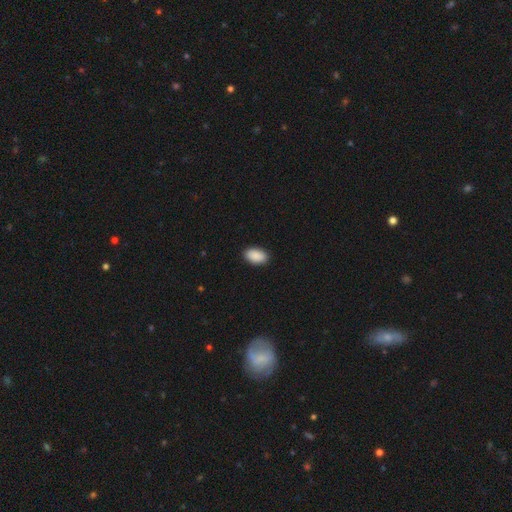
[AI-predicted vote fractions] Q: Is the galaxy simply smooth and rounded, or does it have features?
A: smooth — 91%.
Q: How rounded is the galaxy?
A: in between — 94%.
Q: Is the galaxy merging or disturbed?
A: none — 90%.